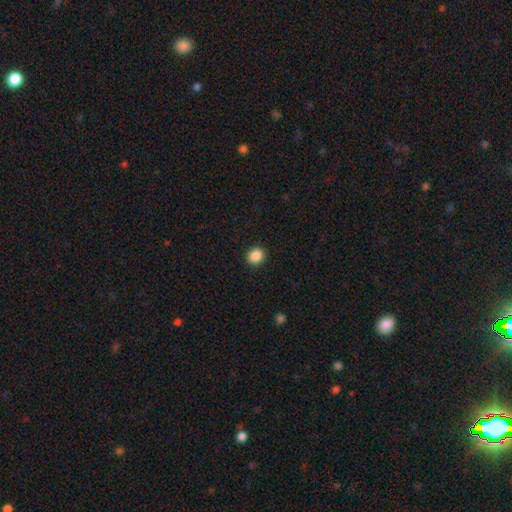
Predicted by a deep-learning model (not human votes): Smooth or featured: smooth — 88% (star or artifact — 9%)
How rounded: round — 74% (in between — 25%)
Merging: none — 92% (minor disturbance — 6%)